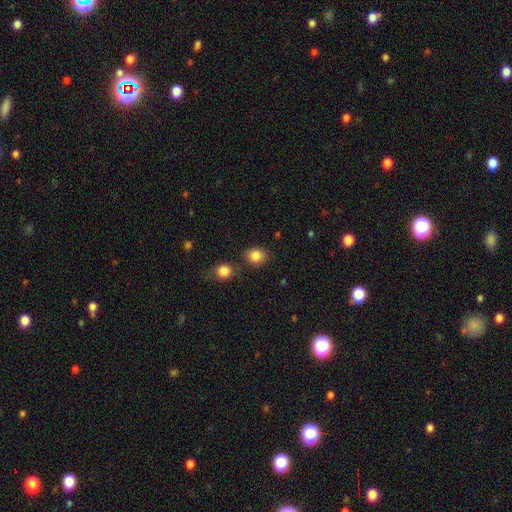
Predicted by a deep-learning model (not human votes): Morphology: type=smooth (84%); roundness=round (67%); merging=none (74%).